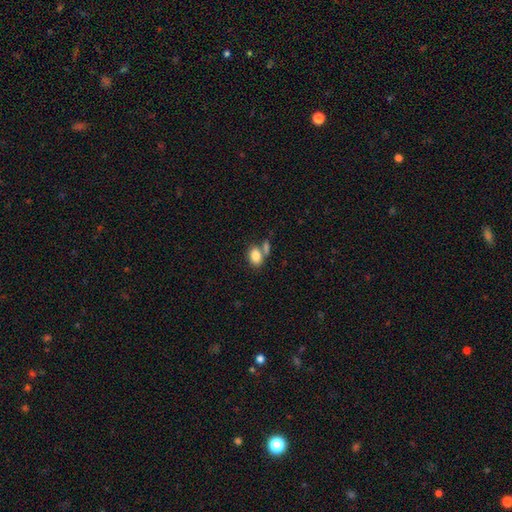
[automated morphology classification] A smooth galaxy with no disk features (84%) that is in between round and cigar-shaped (79%). Merging: none (51%).